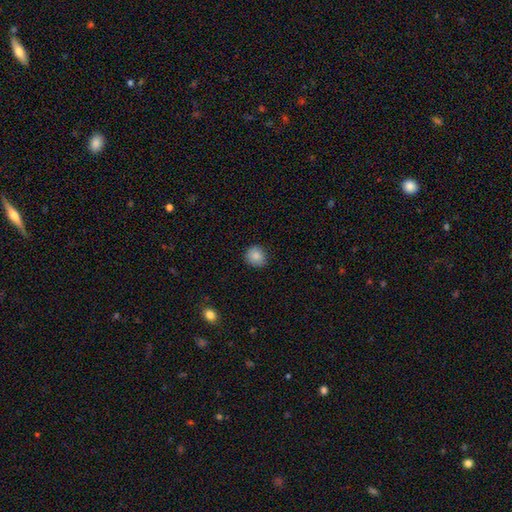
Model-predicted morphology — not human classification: This is clearly a smooth galaxy (85%). How rounded: likely round (77%). Merging: clearly none (83%).